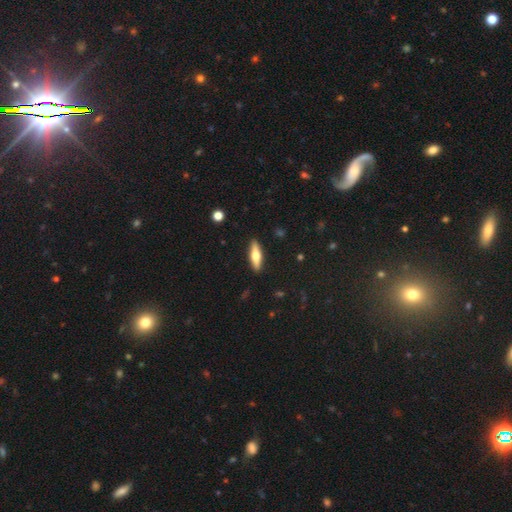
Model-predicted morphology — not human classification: A smooth galaxy with no disk features (51%) that is cigar-shaped (63%). Merging: none (90%).